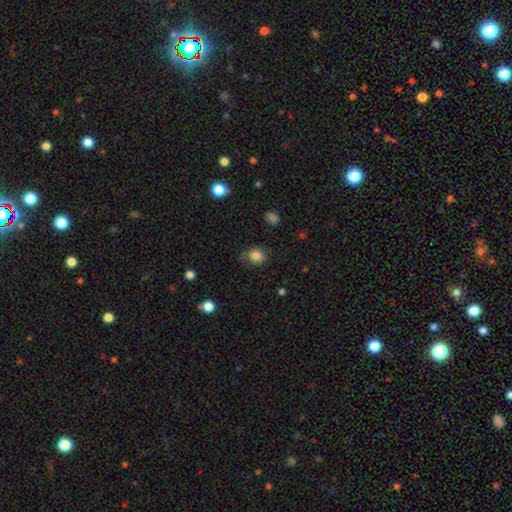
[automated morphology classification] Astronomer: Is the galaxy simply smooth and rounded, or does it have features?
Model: smooth — 83%.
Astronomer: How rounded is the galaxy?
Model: round — 60% (runner-up: in between, 39%).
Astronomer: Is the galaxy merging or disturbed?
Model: none — 65%.